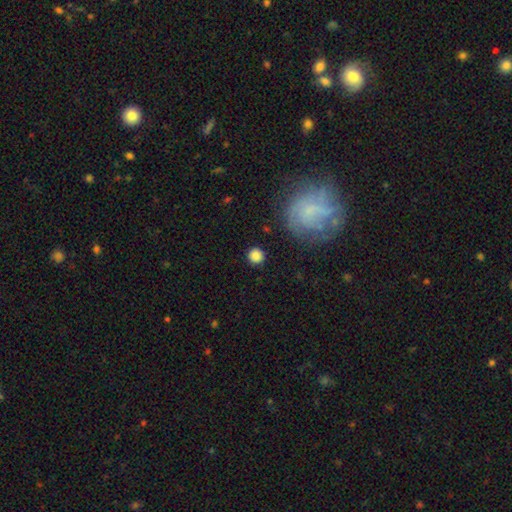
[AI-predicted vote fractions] This is clearly a smooth galaxy (82%). How rounded: clearly round (93%). Merging: clearly none (87%).